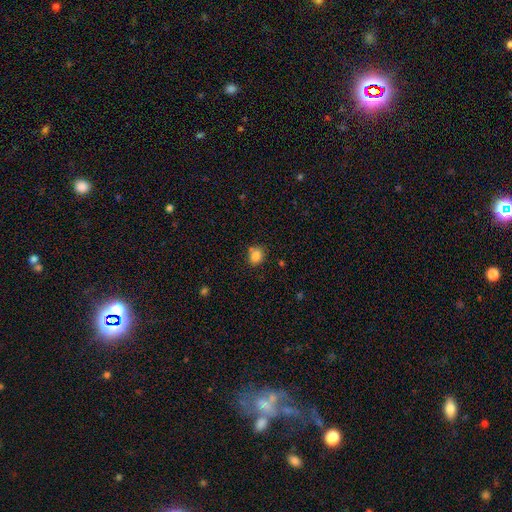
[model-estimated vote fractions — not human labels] Morphology: type=smooth (83%); roundness=round (66%); merging=none (72%).